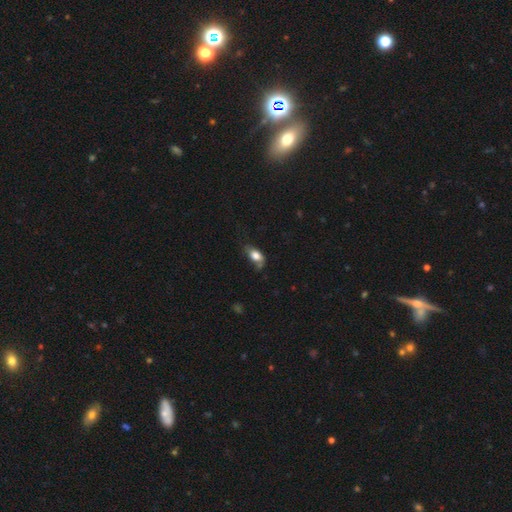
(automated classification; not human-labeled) Smooth or featured?
  - smooth: 76% *
  - featured or disk: 16%
  - star or artifact: 8%
How rounded?
  - in between: 84% *
  - round: 10%
  - cigar-shaped: 6%
Merging?
  - none: 45% *
  - minor disturbance: 36%
  - major disturbance: 15%
  - merger: 4%